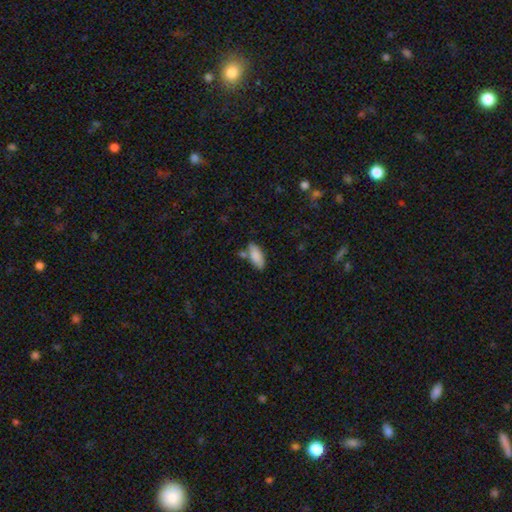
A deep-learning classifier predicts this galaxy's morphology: smooth-or-featured: smooth: 85% | featured or disk: 8% | star or artifact: 7%
  how-rounded: in between: 84% | cigar-shaped: 14% | round: 2%
  merging: none: 68% | minor disturbance: 16% | merger: 13% | major disturbance: 4%